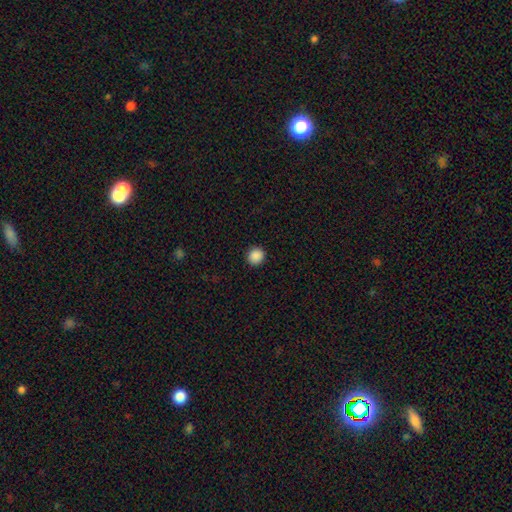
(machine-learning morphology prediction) Smooth or featured? Predicted: smooth (p=0.88). How rounded? Predicted: round (p=0.92). Merging? Predicted: none (p=0.92).